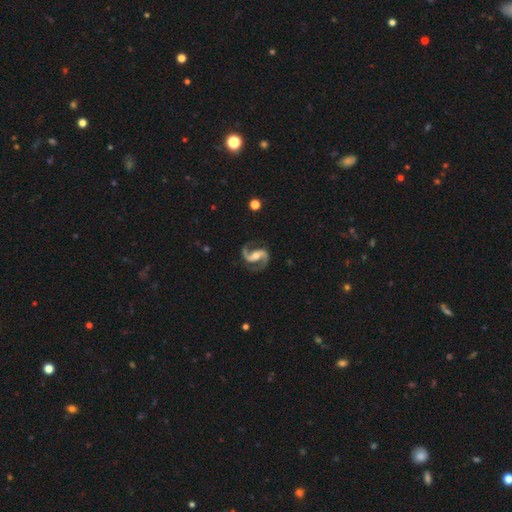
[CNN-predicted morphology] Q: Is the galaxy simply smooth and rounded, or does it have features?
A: featured or disk — 93%.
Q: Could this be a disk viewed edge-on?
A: no — 98%.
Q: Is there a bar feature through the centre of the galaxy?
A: strong — 39%.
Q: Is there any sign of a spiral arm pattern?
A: yes — 98%.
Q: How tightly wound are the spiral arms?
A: medium — 61%.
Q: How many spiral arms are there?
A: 2 — 94%.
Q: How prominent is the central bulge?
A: moderate — 54%.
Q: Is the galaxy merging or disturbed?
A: none — 82%.